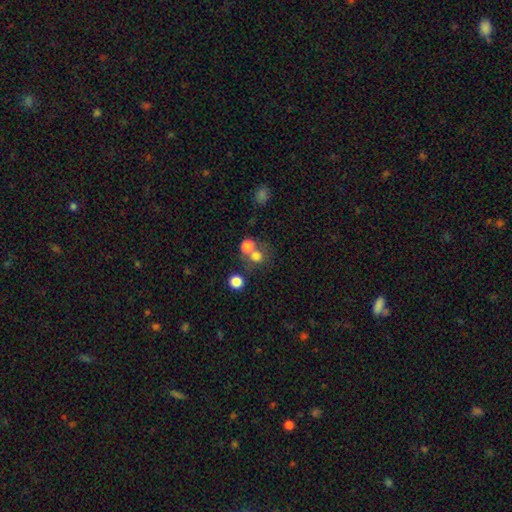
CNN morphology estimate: This is likely a smooth galaxy (73%). How rounded: clearly round (84%). Merging: possibly none (49%).